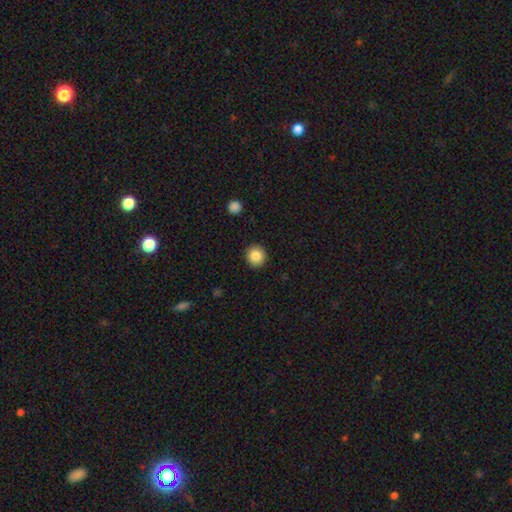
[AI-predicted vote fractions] Smooth or featured: smooth — 86% (star or artifact — 9%)
How rounded: round — 93% (in between — 6%)
Merging: none — 92% (minor disturbance — 5%)